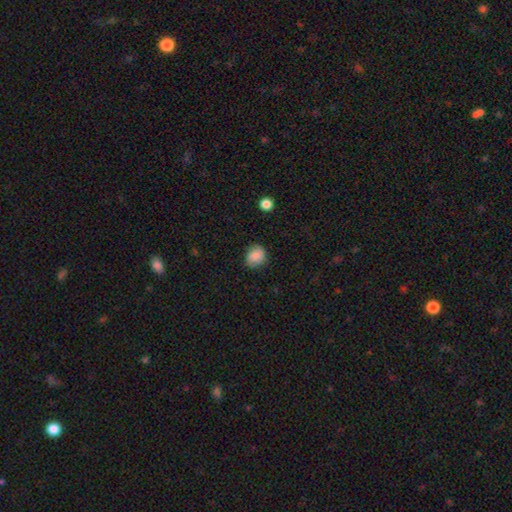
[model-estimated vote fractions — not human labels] smooth-or-featured: smooth: 85% | star or artifact: 9% | featured or disk: 6%
  how-rounded: round: 64% | in between: 36% | cigar-shaped: 1%
  merging: none: 77% | minor disturbance: 18% | major disturbance: 4% | merger: 1%